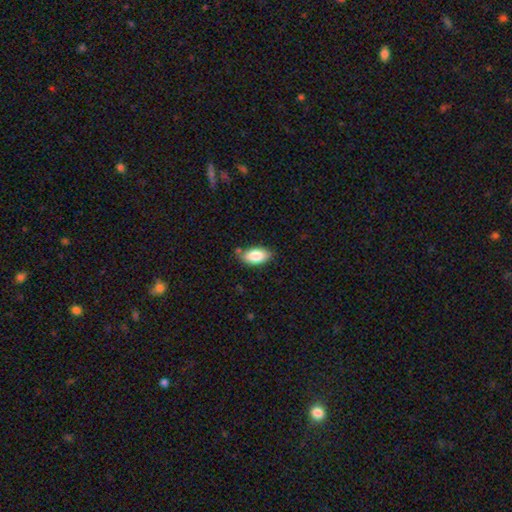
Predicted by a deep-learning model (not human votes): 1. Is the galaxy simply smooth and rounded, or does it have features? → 84% smooth, 9% featured or disk, 7% star or artifact.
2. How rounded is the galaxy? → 93% in between, 4% cigar-shaped, 3% round.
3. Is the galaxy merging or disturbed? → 76% none, 17% minor disturbance, 3% merger, 3% major disturbance.